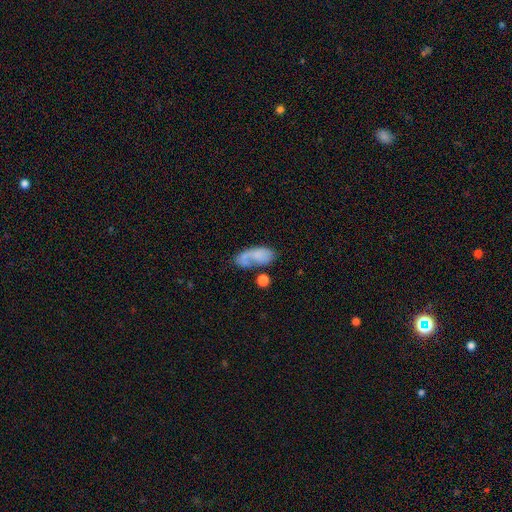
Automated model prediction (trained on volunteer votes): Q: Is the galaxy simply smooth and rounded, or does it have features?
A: smooth — 56%.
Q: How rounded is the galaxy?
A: in between — 87%.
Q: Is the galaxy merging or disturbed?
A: none — 33%.